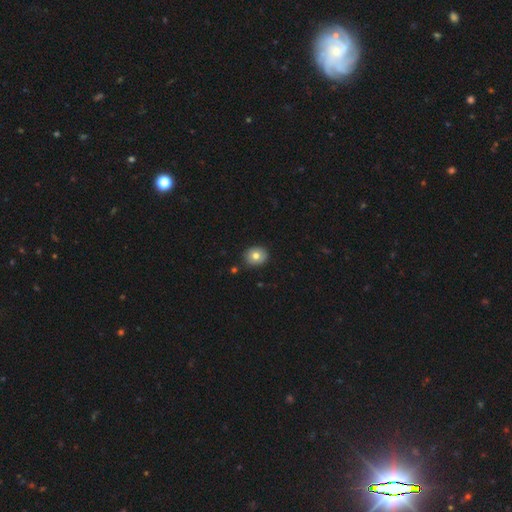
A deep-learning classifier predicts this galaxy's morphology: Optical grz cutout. It shows a smooth galaxy with no disk features (76%) that is round (67%). Merging: none (87%).